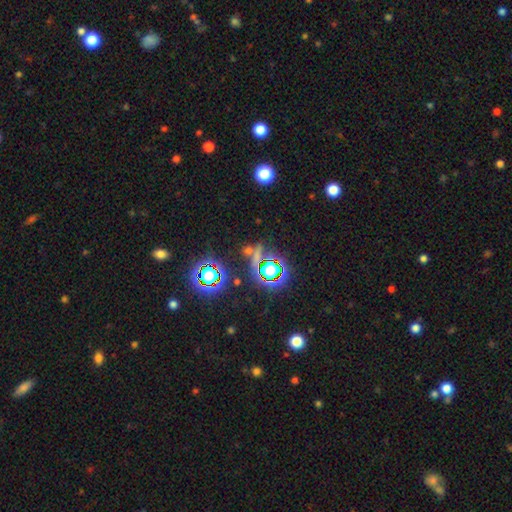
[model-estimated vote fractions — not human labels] Smooth or featured: star or artifact — 60% (smooth — 29%)